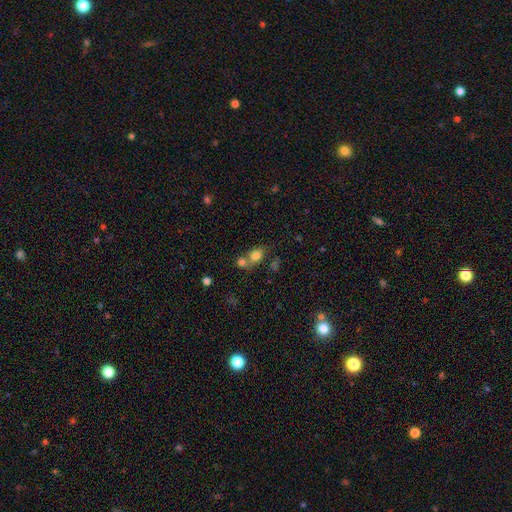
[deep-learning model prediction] The model was most divided on "merging": merger: 48%, none: 37%, minor disturbance: 10%, major disturbance: 5%. More confident: smooth or featured — smooth (77%); how rounded — in between (56%).